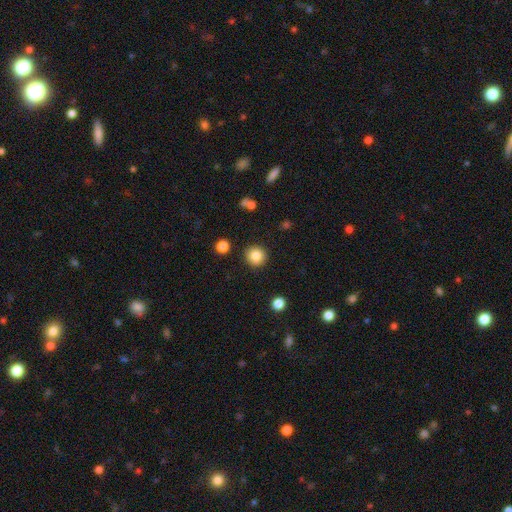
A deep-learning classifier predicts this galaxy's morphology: This appears to be a smooth galaxy with no disk features (84%) that is round (94%). Merging: none (91%).